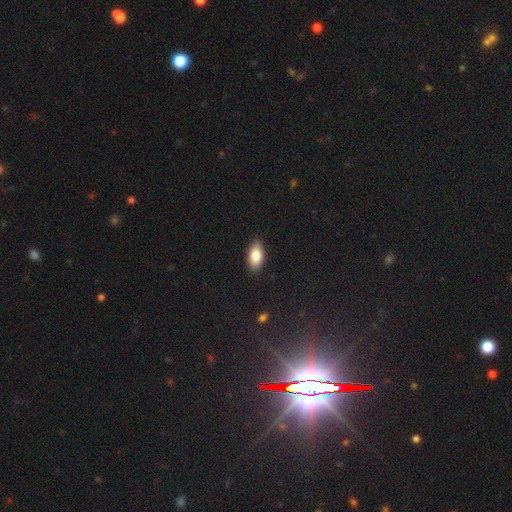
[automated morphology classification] Smooth or featured?
  - smooth: 83% *
  - featured or disk: 10%
  - star or artifact: 7%
How rounded?
  - in between: 91% *
  - cigar-shaped: 5%
  - round: 4%
Merging?
  - none: 87% *
  - minor disturbance: 10%
  - major disturbance: 2%
  - merger: 1%